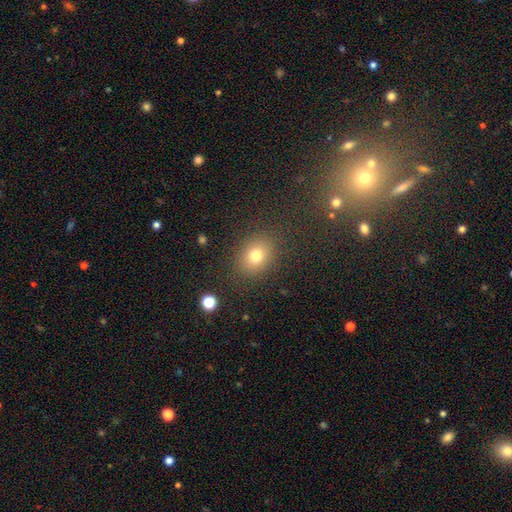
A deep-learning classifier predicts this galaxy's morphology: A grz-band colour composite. It shows a smooth galaxy with no disk features (77%) that is round (50%). Merging: none (85%).